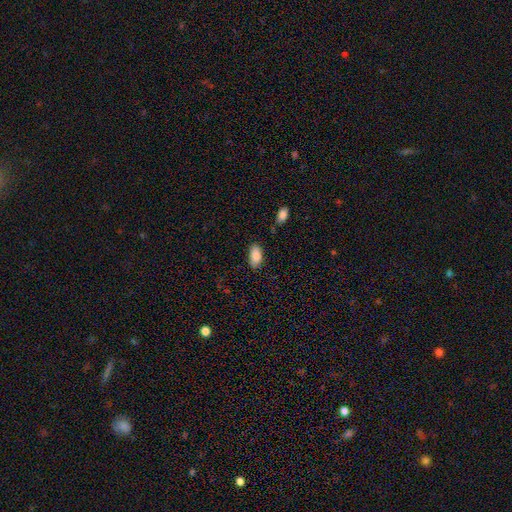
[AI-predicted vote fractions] smooth_or_featured: smooth (p=0.88) [alt: star or artifact p=0.07]
how_rounded: in between (p=0.92) [alt: cigar-shaped p=0.05]
merging: none (p=0.80) [alt: minor disturbance p=0.15]